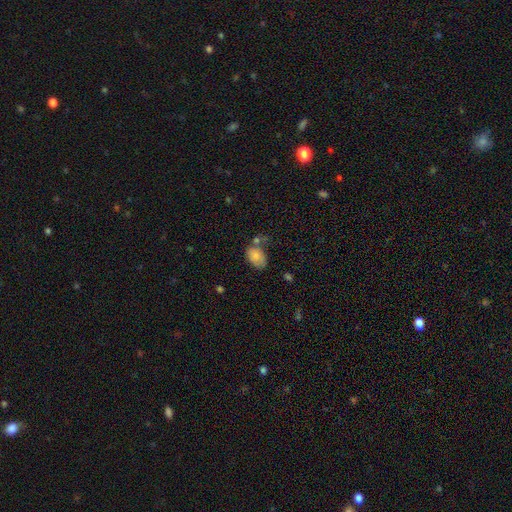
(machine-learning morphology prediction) A smooth galaxy with no disk features (80%) that is in between round and cigar-shaped (85%). Merging: none (45%).